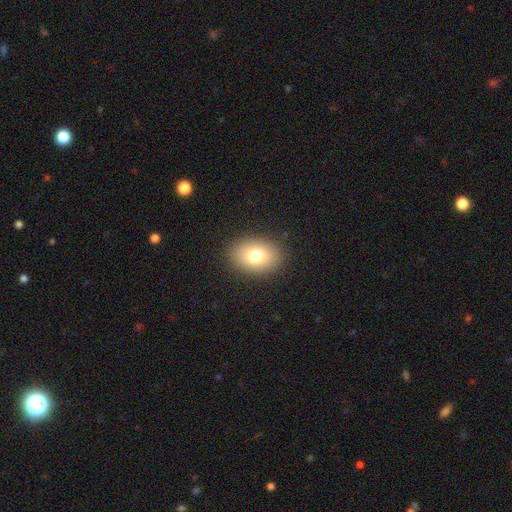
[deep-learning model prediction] Smooth or featured? Predicted: smooth (p=0.77). How rounded? Predicted: in between (p=0.77). Merging? Predicted: none (p=0.88).